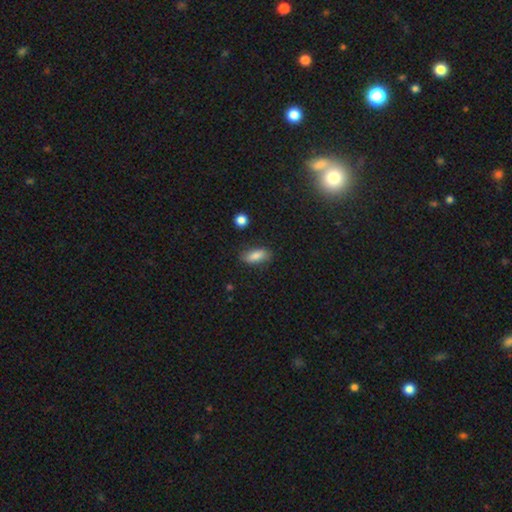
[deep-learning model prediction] A smooth galaxy with no disk features (83%) that is in between round and cigar-shaped (82%). Merging: none (80%).